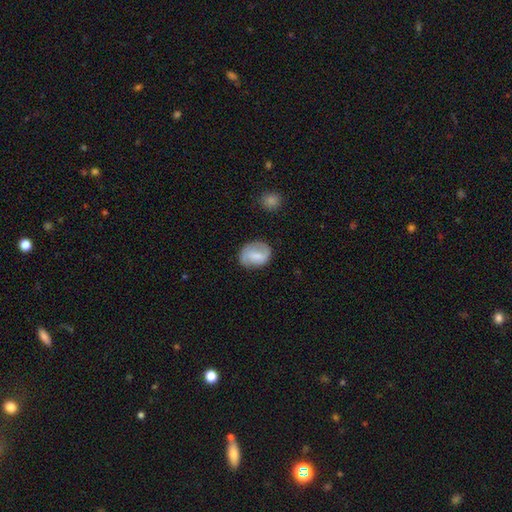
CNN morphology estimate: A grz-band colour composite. It shows a smooth galaxy with no disk features (53%) that is in between round and cigar-shaped (56%). Merging: none (66%).